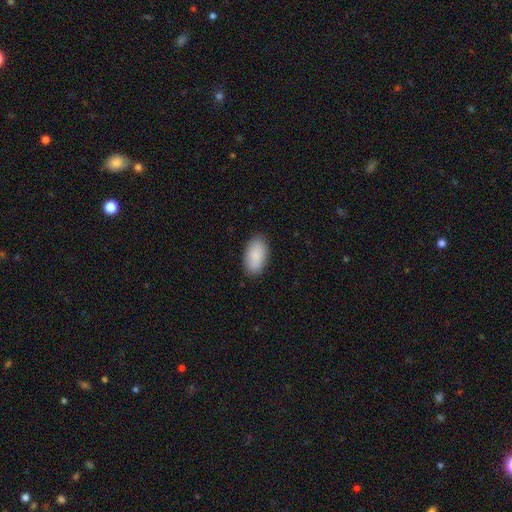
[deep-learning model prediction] A smooth galaxy with no disk features (89%) that is in between round and cigar-shaped (95%). Merging: none (88%).